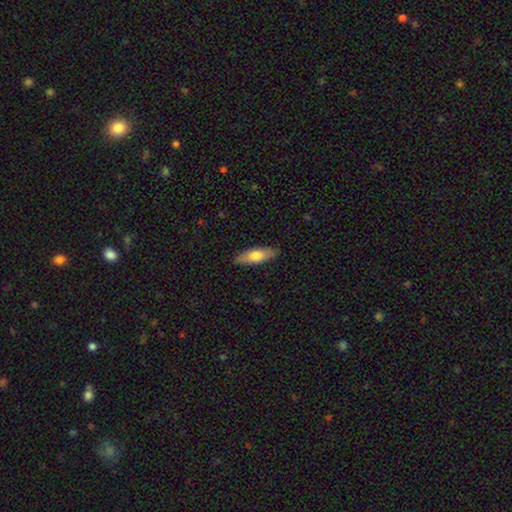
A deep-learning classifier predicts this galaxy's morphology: Smooth or featured? smooth (66%)
How rounded? in between (60%)
Merging? none (87%)